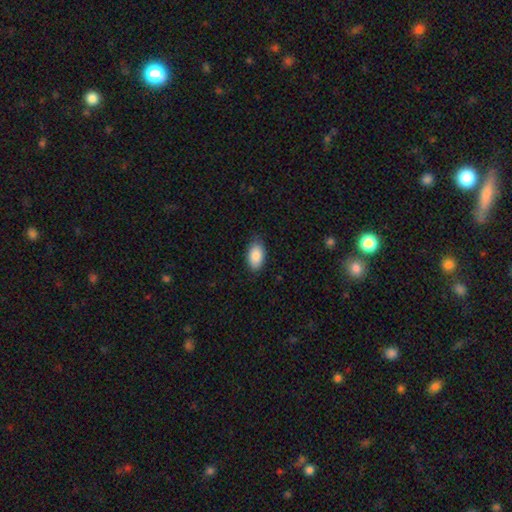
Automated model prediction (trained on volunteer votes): The model was most divided on "merging": none: 81%, minor disturbance: 15%, major disturbance: 3%, merger: 1%. More confident: how rounded — in between (94%); smooth or featured — smooth (88%).